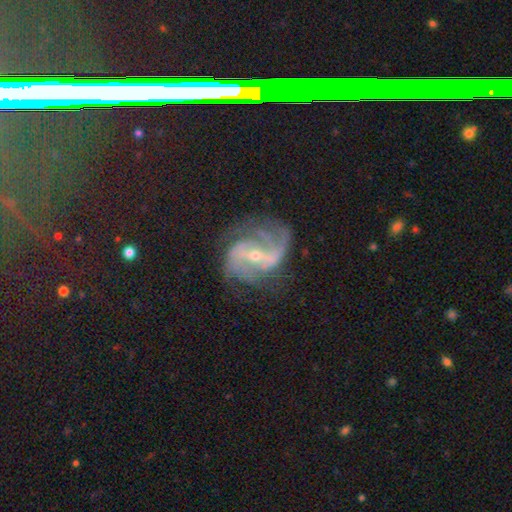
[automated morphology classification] type=featured or disk (87%); edge-on=no (97%); bar=strong (44%); spiral arms=yes (95%); winding=medium (44%); arm count=2 (55%); bulge=small (65%); merging=none (56%).